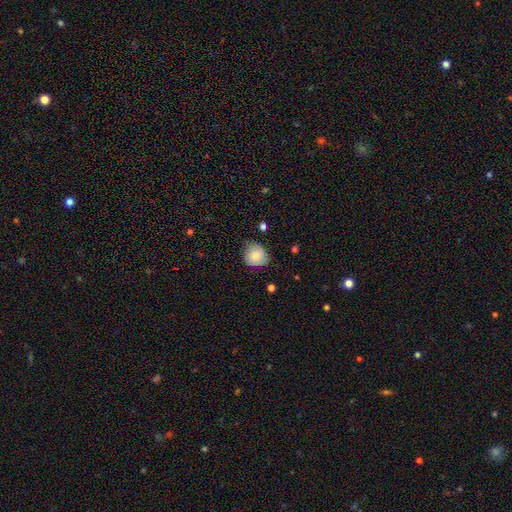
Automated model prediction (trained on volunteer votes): smooth_or_featured: smooth (p=0.78) [alt: featured or disk p=0.14]
how_rounded: round (p=0.82) [alt: in between p=0.17]
merging: none (p=0.66) [alt: minor disturbance p=0.28]